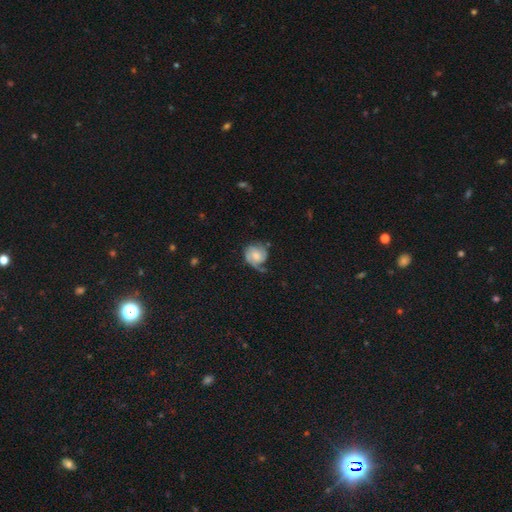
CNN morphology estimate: Smooth or featured: featured or disk — 67% (smooth — 26%)
Edge-on disk: no — 97% (yes — 3%)
Bar: no — 65% (weak — 30%)
Spiral arms: yes — 92% (no — 8%)
Spiral winding: tight — 49% (medium — 36%)
Spiral arm count: 2 — 49% (1 — 20%)
Bulge size: moderate — 49% (small — 32%)
Merging: none — 54% (minor disturbance — 27%)